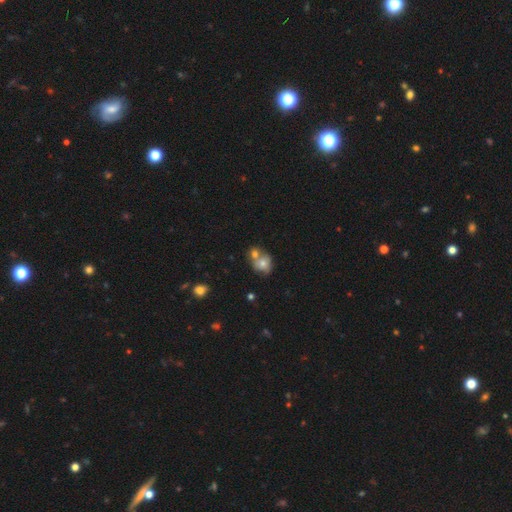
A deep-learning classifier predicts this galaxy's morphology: smooth 62%, featured or disk 23%, star or artifact 15%. Down the decision tree: how rounded — round (69%); merging — merger (47%).